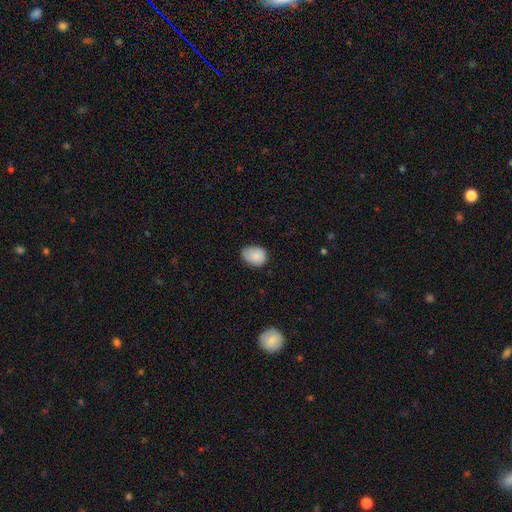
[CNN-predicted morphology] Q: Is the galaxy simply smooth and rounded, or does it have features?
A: smooth — 86%.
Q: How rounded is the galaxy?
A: in between — 66%.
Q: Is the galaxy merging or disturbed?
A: none — 62%.